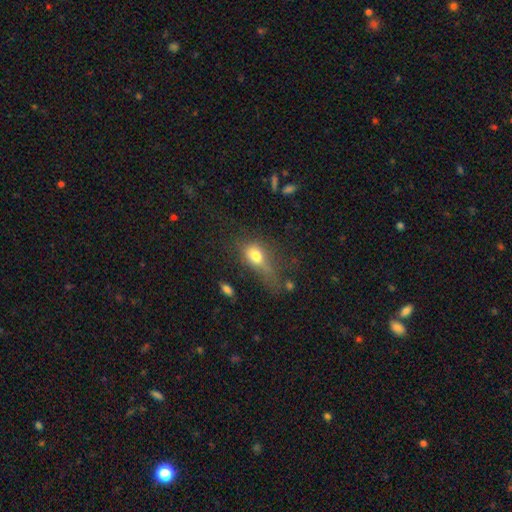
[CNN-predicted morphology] A smooth galaxy with no disk features (73%) that is in between round and cigar-shaped (70%). Merging: major disturbance (41%).